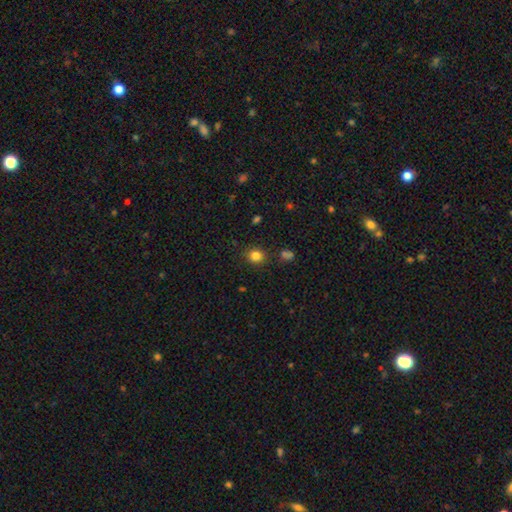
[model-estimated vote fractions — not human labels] Morphology: type=smooth (83%); roundness=round (81%); merging=none (86%).